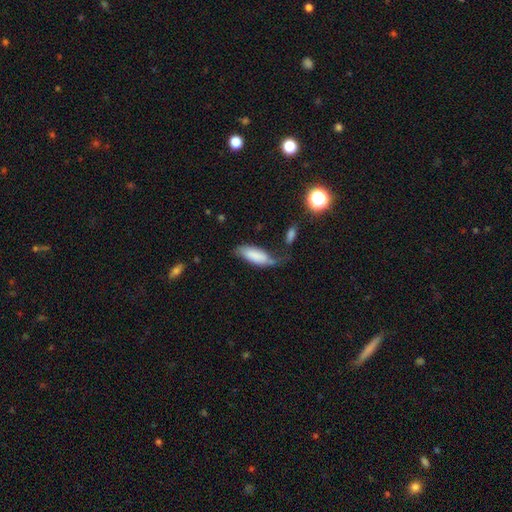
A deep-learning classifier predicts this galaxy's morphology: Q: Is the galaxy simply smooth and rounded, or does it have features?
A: smooth — 77%.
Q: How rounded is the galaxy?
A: in between — 77%.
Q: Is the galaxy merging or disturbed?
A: none — 32%.